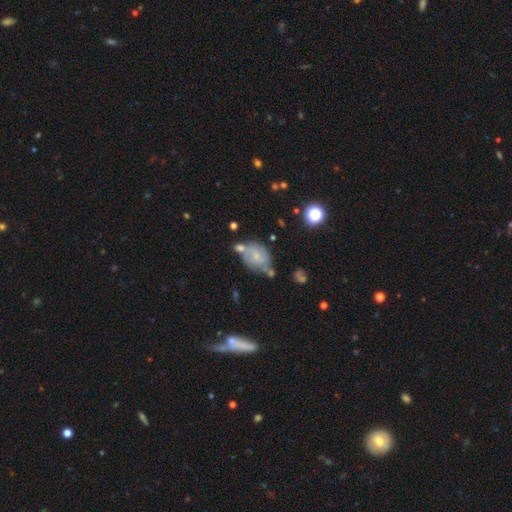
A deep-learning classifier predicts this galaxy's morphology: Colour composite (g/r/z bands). It shows a smooth galaxy with no disk features (50%). Merging: none (42%).